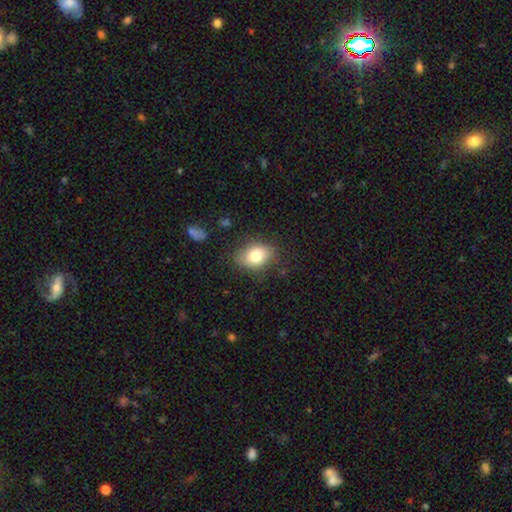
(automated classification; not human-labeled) smooth-or-featured: smooth: 78% | featured or disk: 13% | star or artifact: 9%
  how-rounded: in between: 74% | round: 25% | cigar-shaped: 1%
  merging: none: 79% | minor disturbance: 15% | major disturbance: 5% | merger: 2%